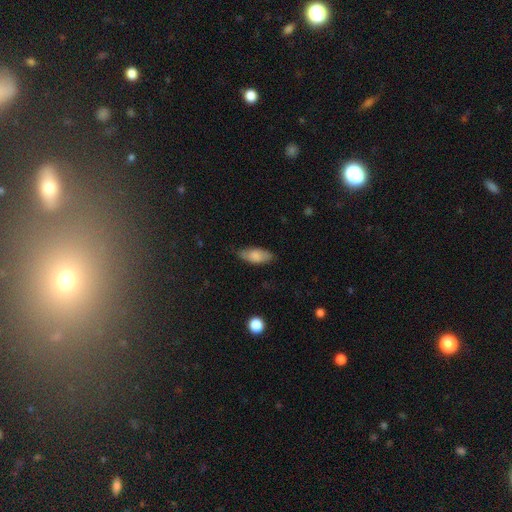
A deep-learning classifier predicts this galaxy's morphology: smooth_or_featured: smooth (p=0.79) [alt: featured or disk p=0.15]
how_rounded: in between (p=0.83) [alt: cigar-shaped p=0.15]
merging: none (p=0.75) [alt: minor disturbance p=0.20]